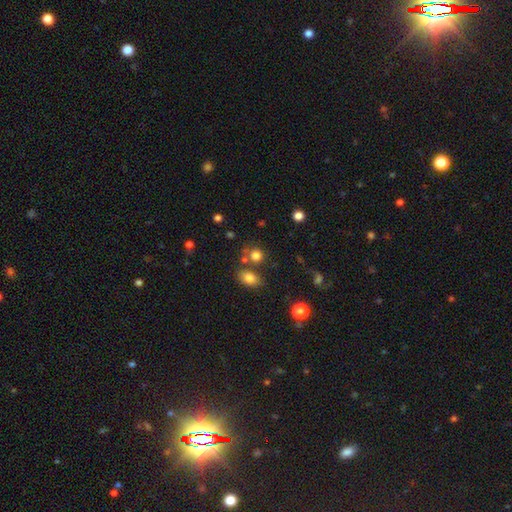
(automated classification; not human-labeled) smooth-or-featured: smooth: 79% | star or artifact: 14% | featured or disk: 7%
  how-rounded: round: 76% | in between: 23% | cigar-shaped: 1%
  merging: none: 64% | merger: 19% | minor disturbance: 12% | major disturbance: 5%